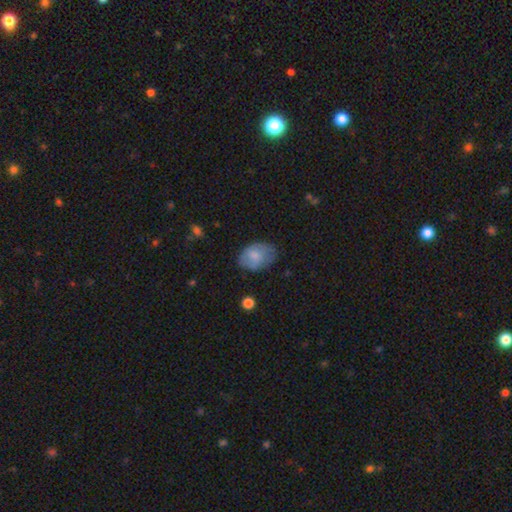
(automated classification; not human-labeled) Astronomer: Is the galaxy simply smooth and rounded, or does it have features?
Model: smooth — 73%.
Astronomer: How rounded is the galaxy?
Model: in between — 85%.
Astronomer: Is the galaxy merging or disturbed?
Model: none — 65%.